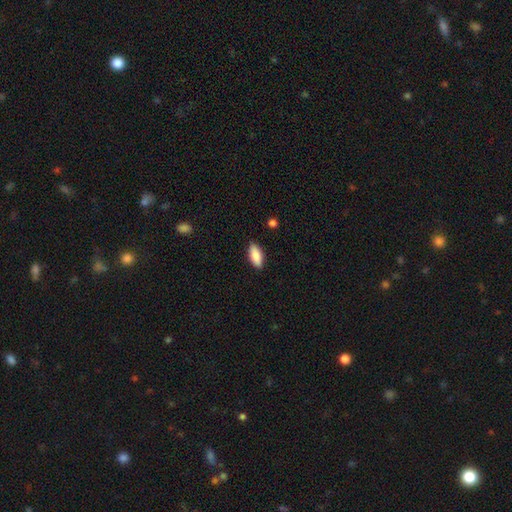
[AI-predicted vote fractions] Smooth or featured? smooth (86%)
How rounded? in between (83%)
Merging? none (88%)